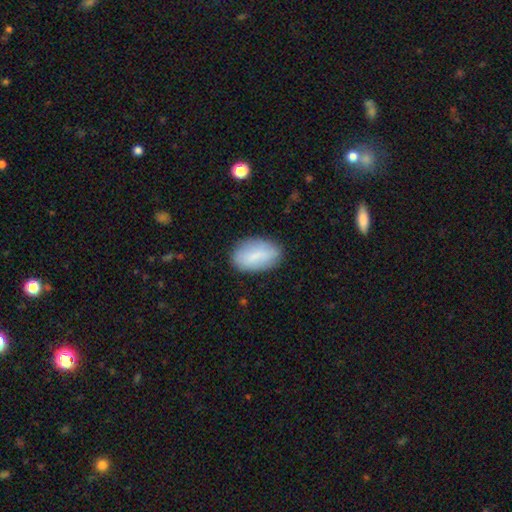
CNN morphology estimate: smooth_or_featured: smooth (p=0.78) [alt: featured or disk p=0.15]
how_rounded: in between (p=0.92) [alt: round p=0.06]
merging: none (p=0.80) [alt: minor disturbance p=0.15]